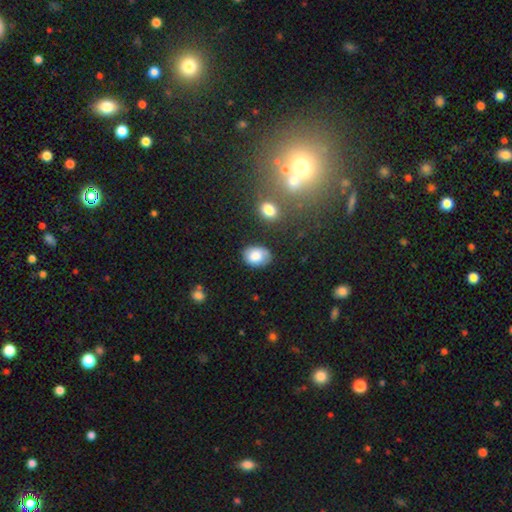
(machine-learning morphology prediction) The model was most divided on "merging": none: 68%, minor disturbance: 23%, major disturbance: 5%, merger: 4%. More confident: smooth or featured — smooth (81%); how rounded — in between (74%).